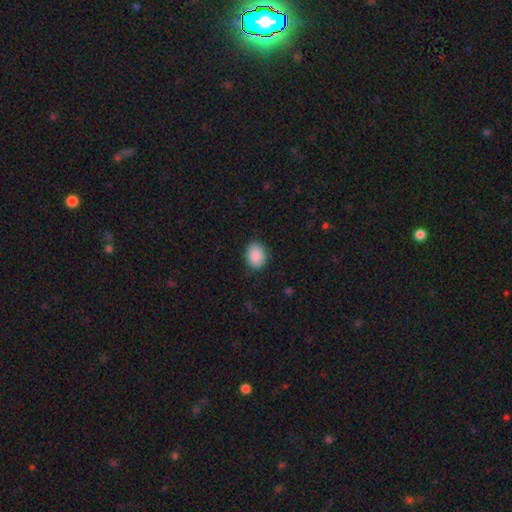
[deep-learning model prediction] Morphology: type=smooth (90%); roundness=in between (63%); merging=none (85%).